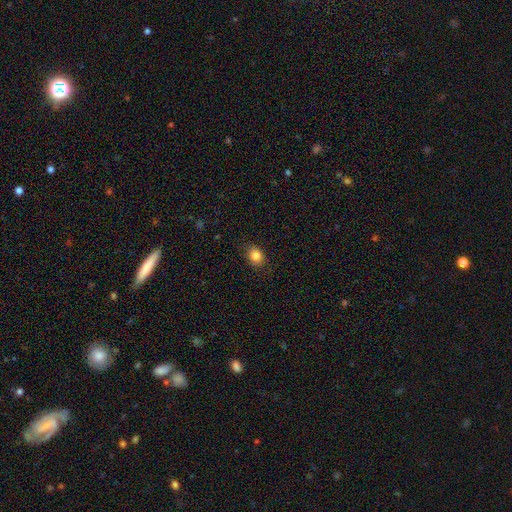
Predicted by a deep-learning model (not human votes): This appears to be a smooth galaxy with no disk features (85%) that is round (53%). Merging: none (85%).